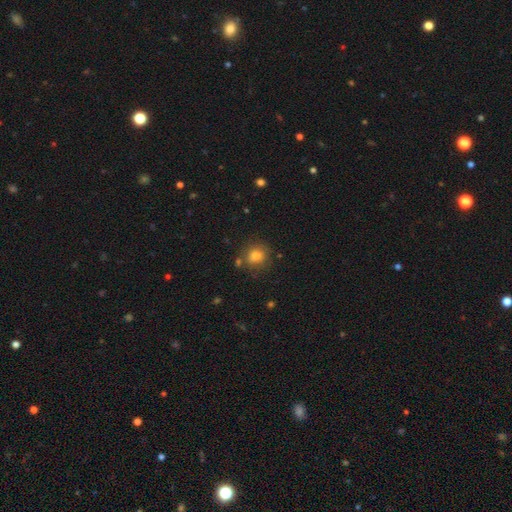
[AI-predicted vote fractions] smooth 82%, star or artifact 11%, featured or disk 7%. Down the decision tree: how rounded — round (77%); merging — none (75%).